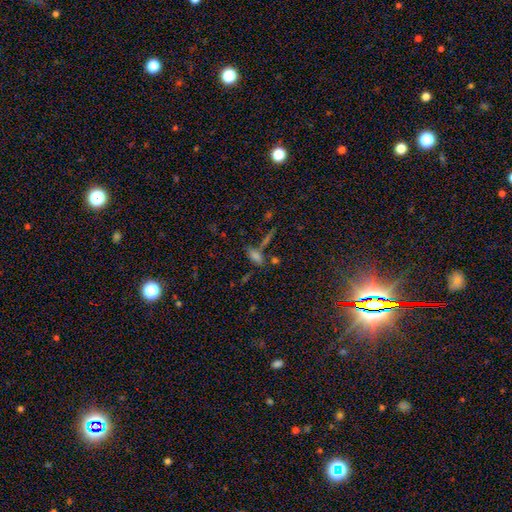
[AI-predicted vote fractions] Smooth or featured? Predicted: smooth (p=0.66). How rounded? Predicted: in between (p=0.75). Merging? Predicted: none (p=0.56).